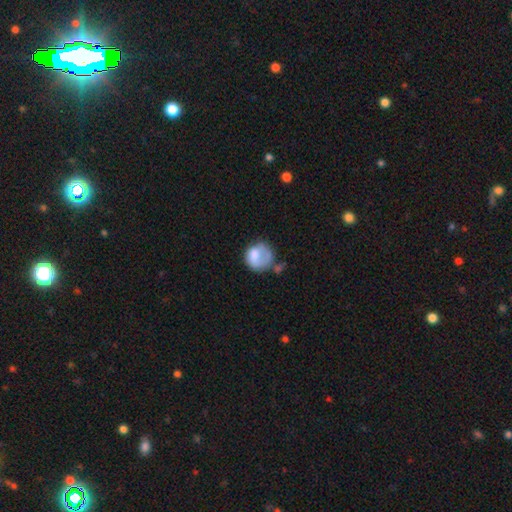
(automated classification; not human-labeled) smooth-or-featured: smooth: 67% | featured or disk: 25% | star or artifact: 7%
  how-rounded: round: 76% | in between: 23% | cigar-shaped: 1%
  merging: none: 39% | major disturbance: 26% | minor disturbance: 26% | merger: 9%